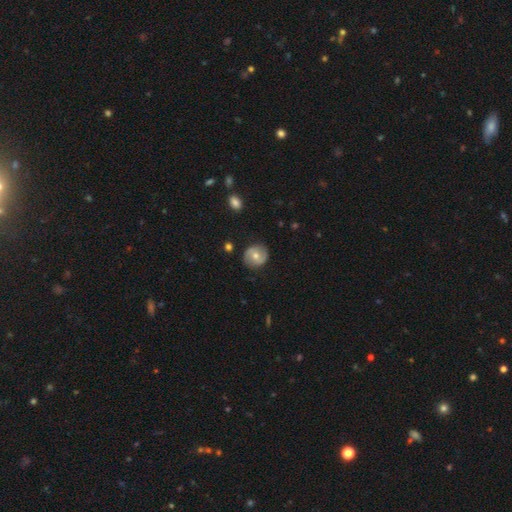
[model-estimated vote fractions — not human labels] This is possibly a featured or disk galaxy (54%). It is clearly not viewed edge-on (97%). Bar: possibly no (58%). Spiral arm pattern: likely yes (74%). Central bulge: likely moderate (67%). Merging: clearly none (84%).